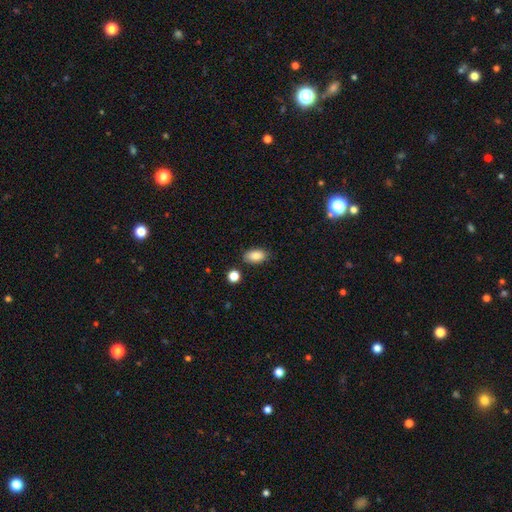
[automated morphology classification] smooth 85%, star or artifact 8%, featured or disk 7%. Down the decision tree: how rounded — in between (91%); merging — none (82%).